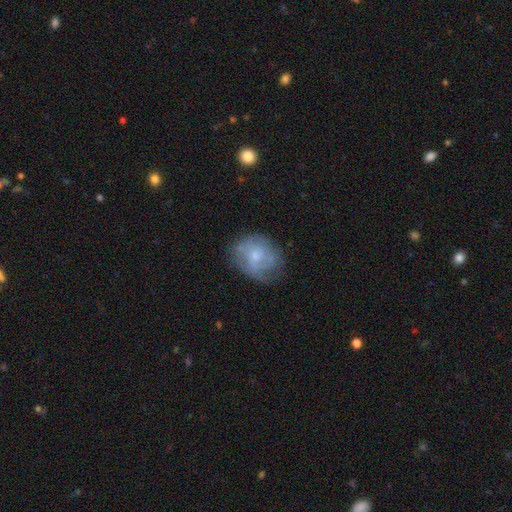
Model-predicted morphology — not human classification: This appears to be a smooth galaxy with no disk features (49%). Merging: none (58%).